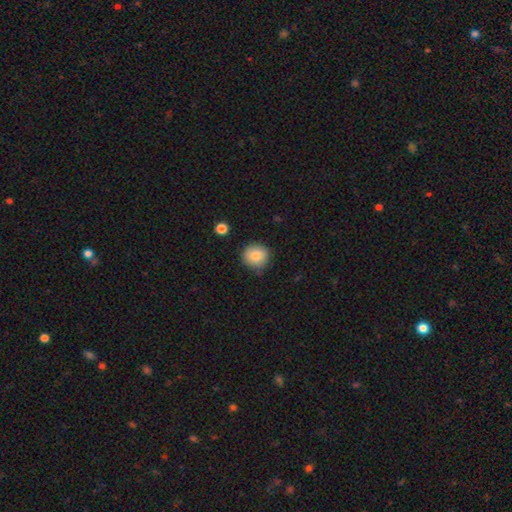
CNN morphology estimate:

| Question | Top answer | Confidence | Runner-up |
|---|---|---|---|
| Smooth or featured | smooth | 85% | star or artifact (9%) |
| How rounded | round | 86% | in between (13%) |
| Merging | none | 81% | minor disturbance (14%) |